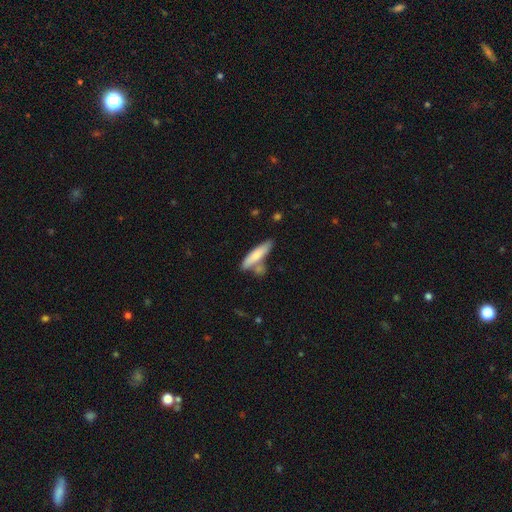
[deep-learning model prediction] Overall: smooth (76%). How rounded: cigar-shaped (74%). Merging: none (62%).